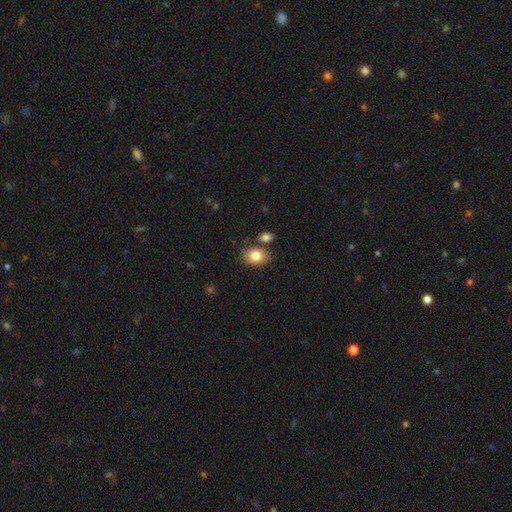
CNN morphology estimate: smooth_or_featured: smooth (p=0.82) [alt: featured or disk p=0.10]
how_rounded: in between (p=0.74) [alt: round p=0.25]
merging: none (p=0.72) [alt: minor disturbance p=0.13]